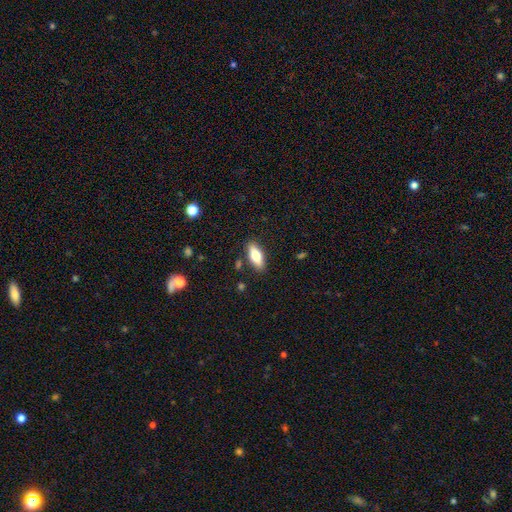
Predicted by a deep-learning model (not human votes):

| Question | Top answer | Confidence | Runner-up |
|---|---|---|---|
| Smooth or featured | smooth | 69% | featured or disk (24%) |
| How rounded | in between | 71% | cigar-shaped (26%) |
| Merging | none | 85% | minor disturbance (10%) |